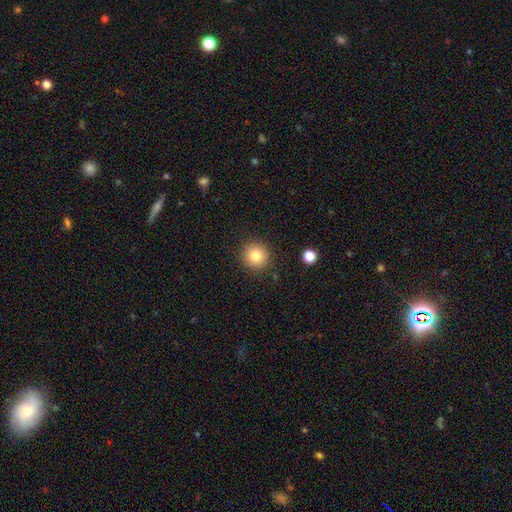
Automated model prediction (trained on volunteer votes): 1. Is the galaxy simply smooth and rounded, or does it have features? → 83% smooth, 10% star or artifact, 7% featured or disk.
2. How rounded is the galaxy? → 94% round, 5% in between, 1% cigar-shaped.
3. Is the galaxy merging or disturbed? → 89% none, 7% minor disturbance, 2% major disturbance, 2% merger.